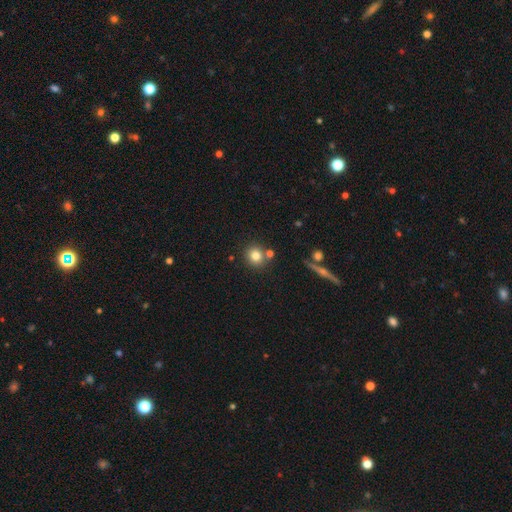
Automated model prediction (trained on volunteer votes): smooth 79%, star or artifact 12%, featured or disk 9%. Down the decision tree: how rounded — round (90%); merging — none (74%).